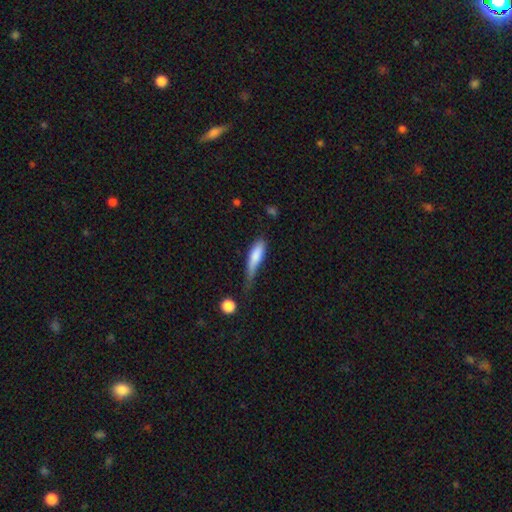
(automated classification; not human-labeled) Smooth or featured: smooth — 78% (featured or disk — 16%)
How rounded: cigar-shaped — 60% (in between — 37%)
Merging: minor disturbance — 43% (none — 28%)